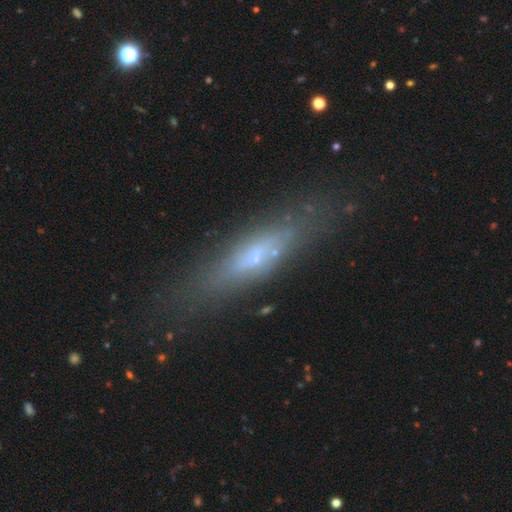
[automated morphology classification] Smooth or featured? featured or disk (50%)
Merging? none (75%)